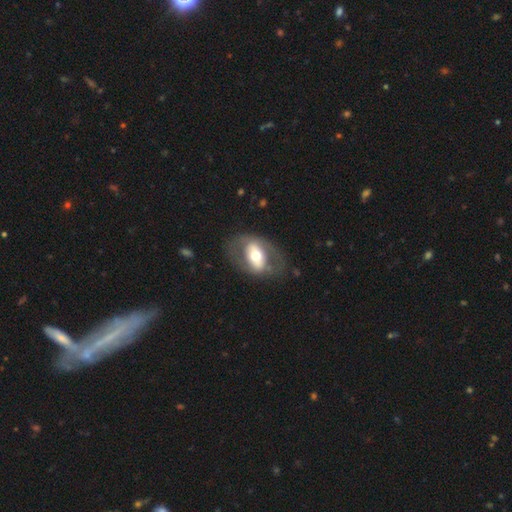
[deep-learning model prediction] A featured or disk galaxy (58%) with no bar (38%), no spiral arms (69%) and a moderate central bulge (64%). Merging: none (67%).